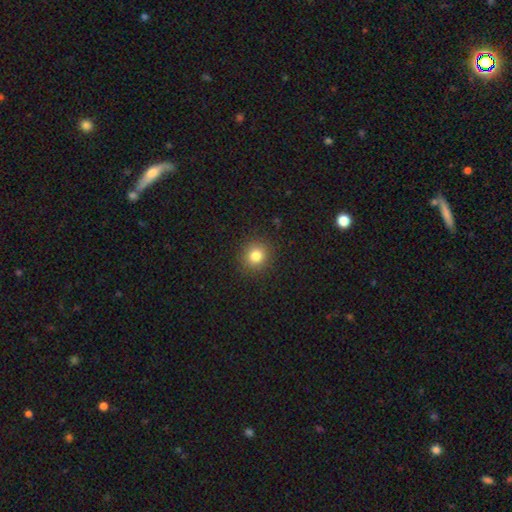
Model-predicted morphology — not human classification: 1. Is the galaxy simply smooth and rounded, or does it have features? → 82% smooth, 12% star or artifact, 6% featured or disk.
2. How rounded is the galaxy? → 88% round, 11% in between, 1% cigar-shaped.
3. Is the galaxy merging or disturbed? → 89% none, 7% minor disturbance, 2% major disturbance, 1% merger.